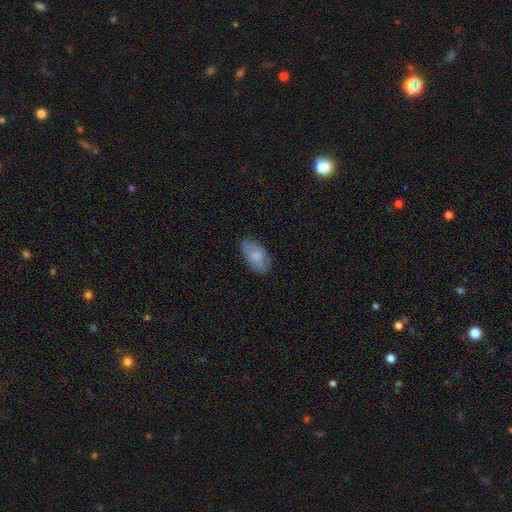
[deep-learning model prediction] The model was most divided on "merging": none: 74%, minor disturbance: 21%, major disturbance: 4%, merger: 1%. More confident: how rounded — in between (94%); smooth or featured — smooth (79%).